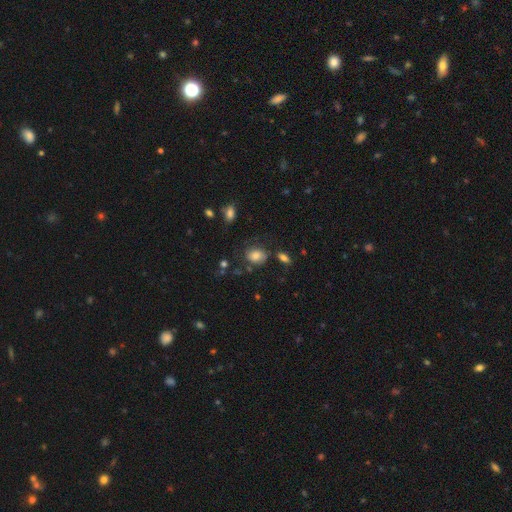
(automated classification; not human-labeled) smooth_or_featured: smooth (p=0.72) [alt: featured or disk p=0.17]
how_rounded: in between (p=0.65) [alt: round p=0.34]
merging: none (p=0.60) [alt: minor disturbance p=0.24]